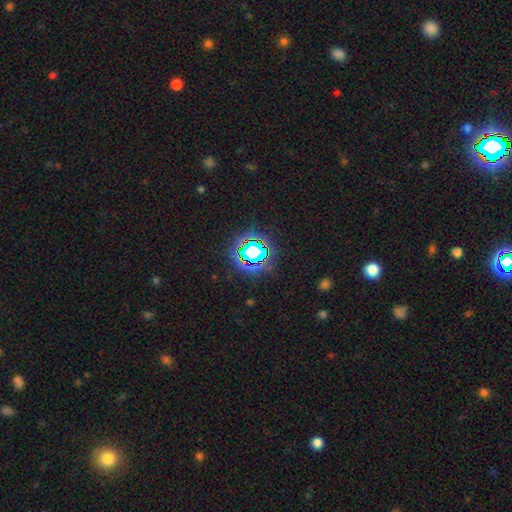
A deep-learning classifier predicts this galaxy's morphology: type=star or artifact (74%).